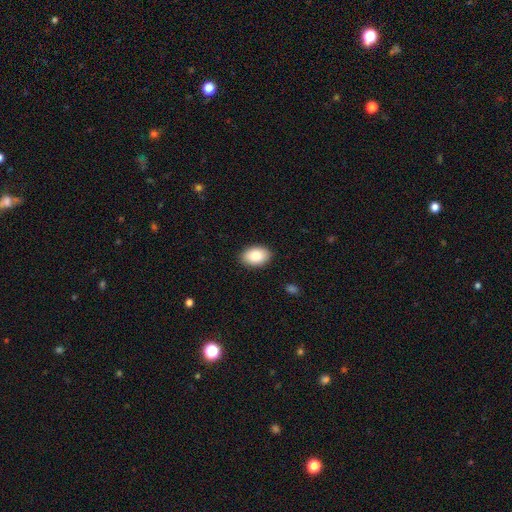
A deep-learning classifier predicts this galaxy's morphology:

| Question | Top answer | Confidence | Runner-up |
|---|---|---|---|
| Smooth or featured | smooth | 88% | star or artifact (6%) |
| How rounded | in between | 89% | round (10%) |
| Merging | none | 89% | minor disturbance (8%) |